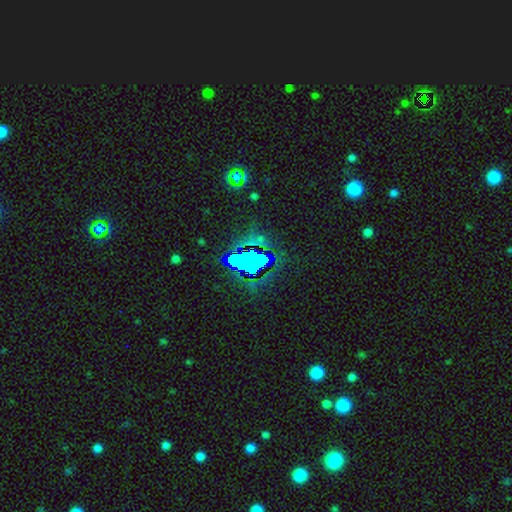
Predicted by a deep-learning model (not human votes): smooth_or_featured: star or artifact (p=0.64) [alt: smooth p=0.24]